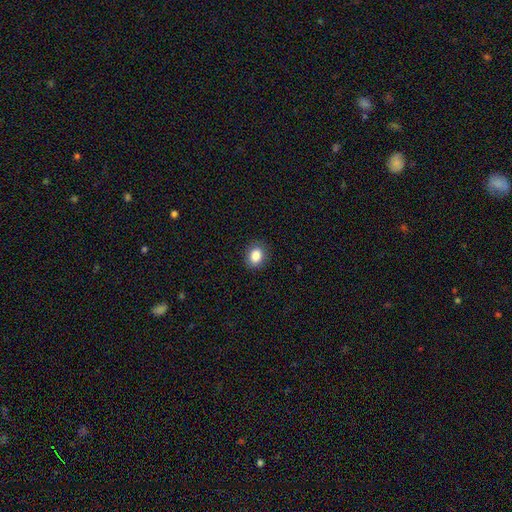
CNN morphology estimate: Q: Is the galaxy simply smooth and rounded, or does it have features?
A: smooth — 87%.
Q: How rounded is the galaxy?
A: in between — 64%.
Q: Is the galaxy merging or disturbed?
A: none — 87%.